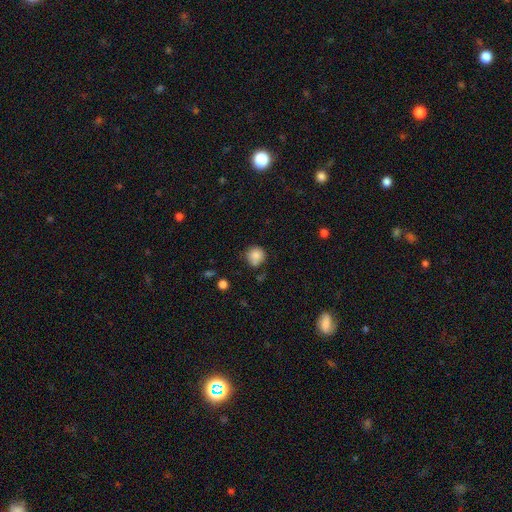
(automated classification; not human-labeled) Smooth or featured? Predicted: smooth (p=0.85). How rounded? Predicted: round (p=0.90). Merging? Predicted: none (p=0.70).